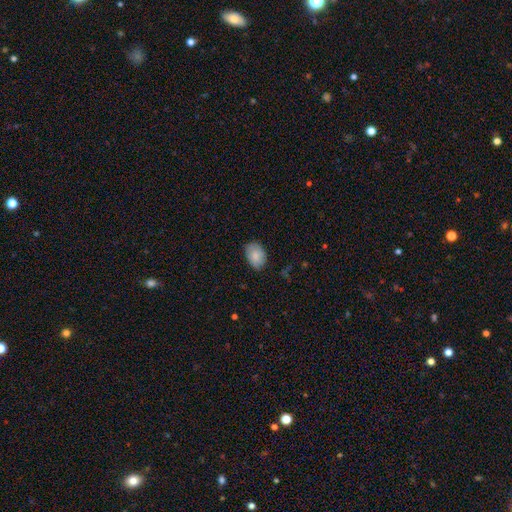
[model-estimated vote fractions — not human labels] Q: Smooth or featured?
A: smooth (82%); runner-up: featured or disk (11%)
Q: How rounded?
A: in between (80%); runner-up: round (19%)
Q: Merging?
A: none (77%); runner-up: minor disturbance (19%)